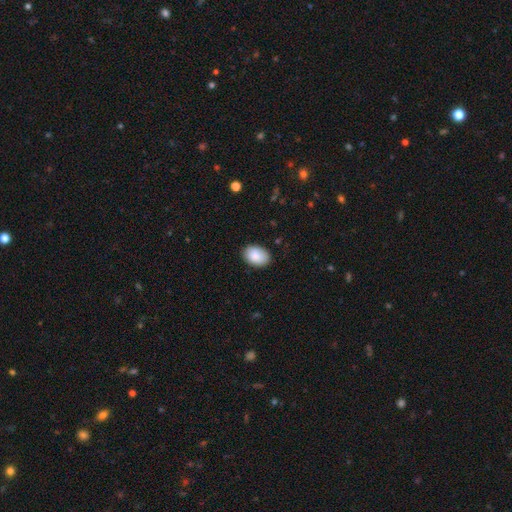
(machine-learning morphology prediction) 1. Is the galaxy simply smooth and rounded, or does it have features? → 89% smooth, 6% star or artifact, 5% featured or disk.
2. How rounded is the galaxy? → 84% in between, 15% round, 1% cigar-shaped.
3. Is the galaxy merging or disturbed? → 86% none, 11% minor disturbance, 2% major disturbance, 1% merger.